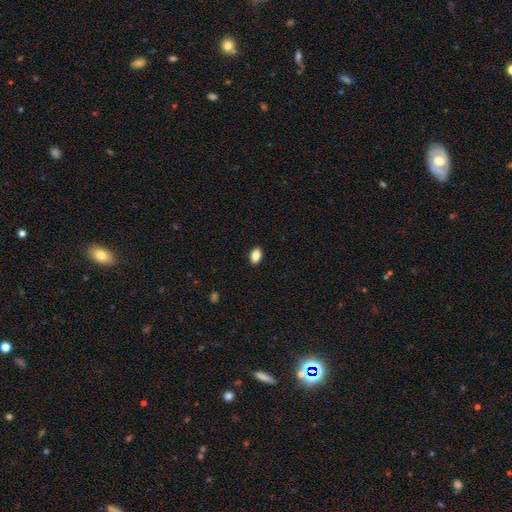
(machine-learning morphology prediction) Smooth or featured? Predicted: smooth (p=0.86). How rounded? Predicted: in between (p=0.86). Merging? Predicted: none (p=0.90).